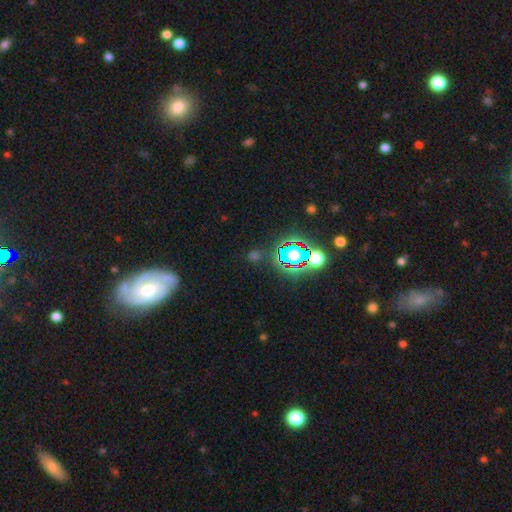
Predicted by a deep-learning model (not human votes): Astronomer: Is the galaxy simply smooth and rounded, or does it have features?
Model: star or artifact — 58%.